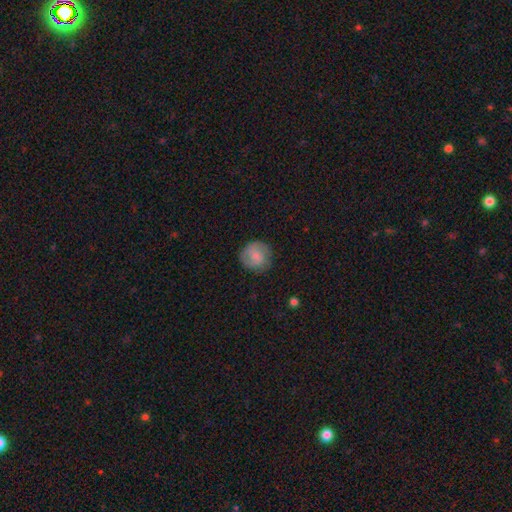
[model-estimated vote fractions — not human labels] Smooth or featured?
  - smooth: 76% *
  - featured or disk: 17%
  - star or artifact: 7%
How rounded?
  - round: 90% *
  - in between: 9%
  - cigar-shaped: 1%
Merging?
  - none: 77% *
  - minor disturbance: 16%
  - major disturbance: 5%
  - merger: 1%